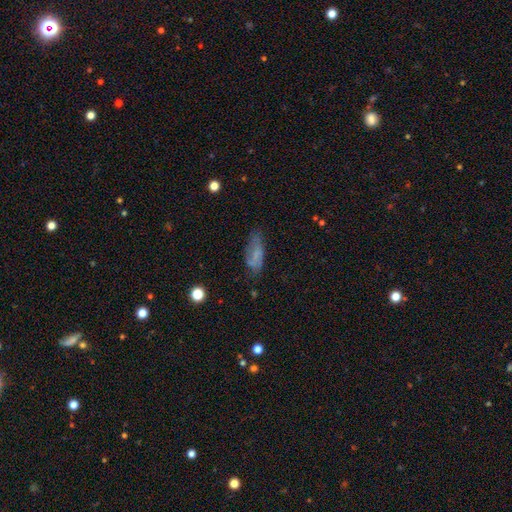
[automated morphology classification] The model was most divided on "merging": none: 57%, minor disturbance: 28%, major disturbance: 13%, merger: 2%. More confident: how rounded — in between (75%); smooth or featured — smooth (60%).